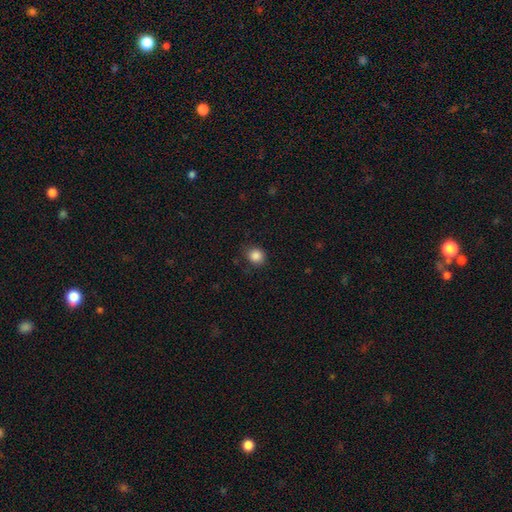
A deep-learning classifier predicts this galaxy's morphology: Smooth or featured? Predicted: smooth (p=0.86). How rounded? Predicted: round (p=0.83). Merging? Predicted: none (p=0.84).